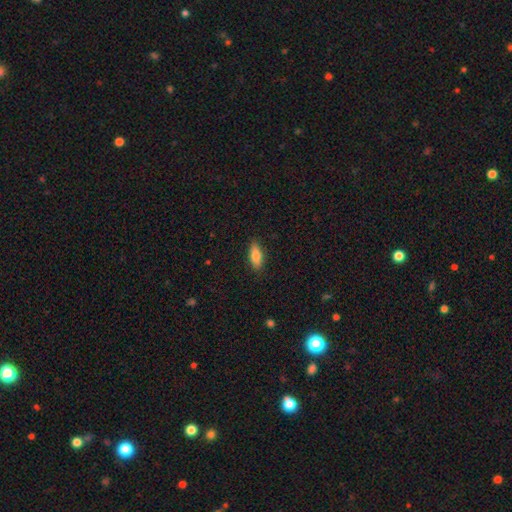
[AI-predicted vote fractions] Smooth or featured?
  - smooth: 82% *
  - featured or disk: 12%
  - star or artifact: 7%
How rounded?
  - in between: 75% *
  - cigar-shaped: 23%
  - round: 2%
Merging?
  - none: 87% *
  - minor disturbance: 10%
  - major disturbance: 2%
  - merger: 1%